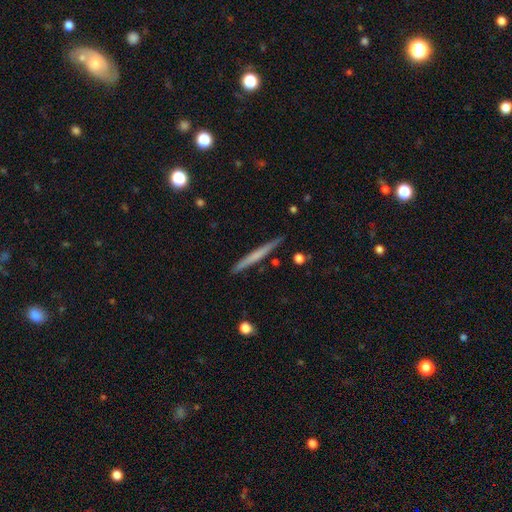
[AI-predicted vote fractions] A smooth galaxy with no disk features (48%). Merging: none (90%).